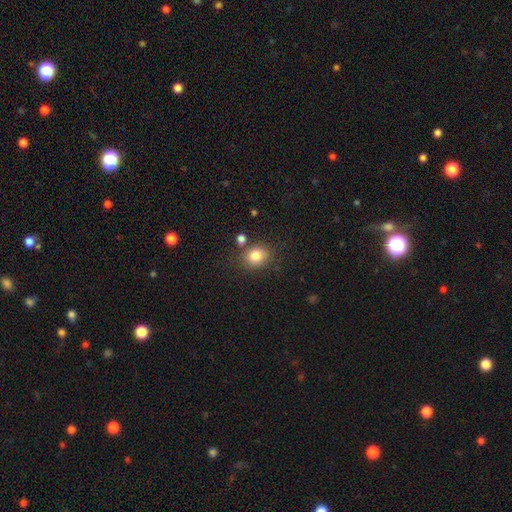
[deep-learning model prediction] smooth 83%, star or artifact 10%, featured or disk 7%. Down the decision tree: how rounded — round (54%); merging — none (73%).